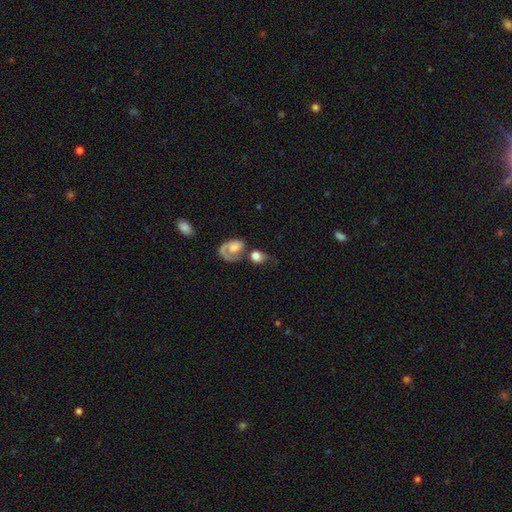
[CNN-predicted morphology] A smooth galaxy with no disk features (62%) that is round (54%). Merging: merger (37%).